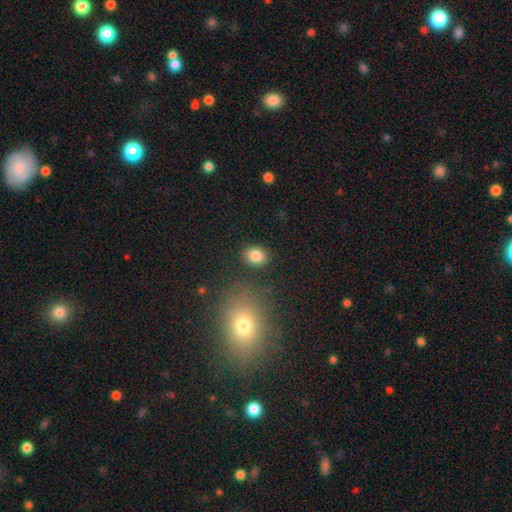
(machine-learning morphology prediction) This is clearly a smooth galaxy (84%). How rounded: possibly in between (57%). Merging: clearly none (85%).